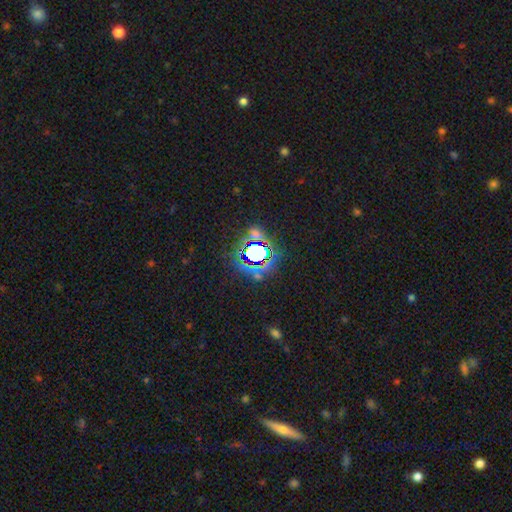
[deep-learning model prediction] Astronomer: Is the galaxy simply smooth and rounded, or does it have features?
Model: star or artifact — 69%.